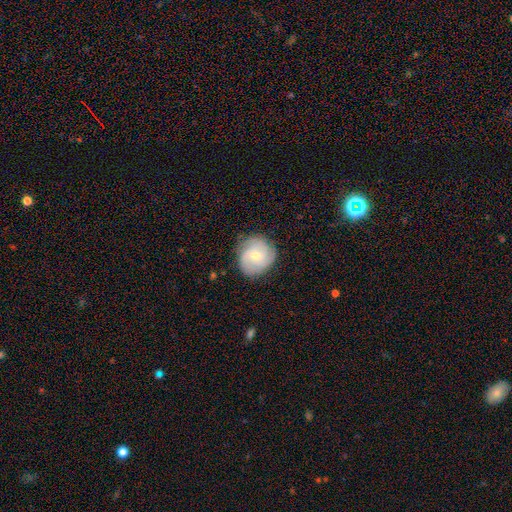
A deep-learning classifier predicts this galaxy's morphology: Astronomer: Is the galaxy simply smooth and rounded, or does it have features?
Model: featured or disk — 63%.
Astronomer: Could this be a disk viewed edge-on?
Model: no — 98%.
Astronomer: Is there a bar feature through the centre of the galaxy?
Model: no — 55% (runner-up: weak, 38%).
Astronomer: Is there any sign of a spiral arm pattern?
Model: yes — 90%.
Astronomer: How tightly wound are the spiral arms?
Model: tight — 53% (runner-up: medium, 35%).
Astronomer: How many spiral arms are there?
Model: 3 — 31% (runner-up: can't tell, 29%).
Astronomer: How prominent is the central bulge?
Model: small — 53% (runner-up: moderate, 44%).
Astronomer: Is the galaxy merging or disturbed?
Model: none — 79%.